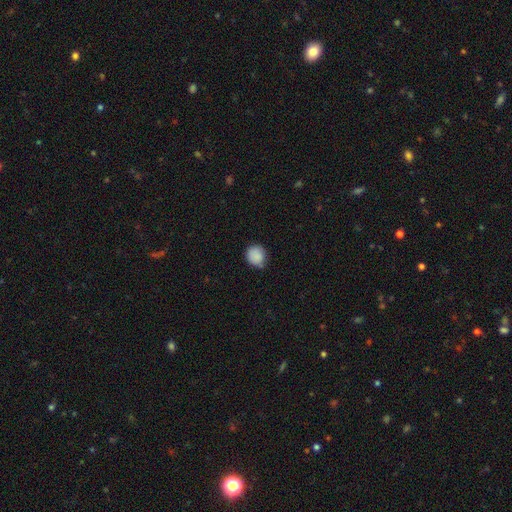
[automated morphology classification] This is clearly a smooth galaxy (87%). How rounded: clearly round (80%). Merging: likely none (66%).